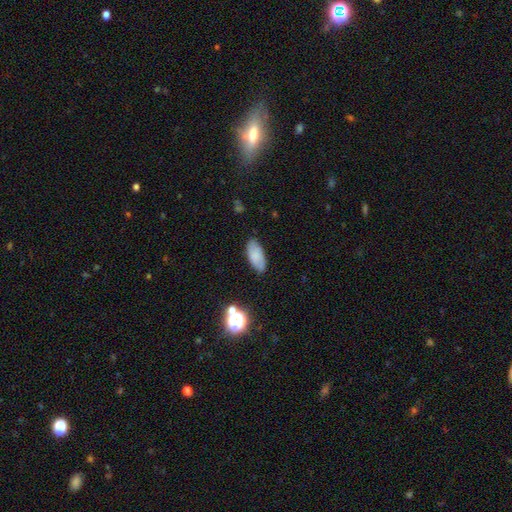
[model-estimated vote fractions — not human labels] This appears to be a smooth galaxy with no disk features (78%) that is in between round and cigar-shaped (89%). Merging: none (82%).